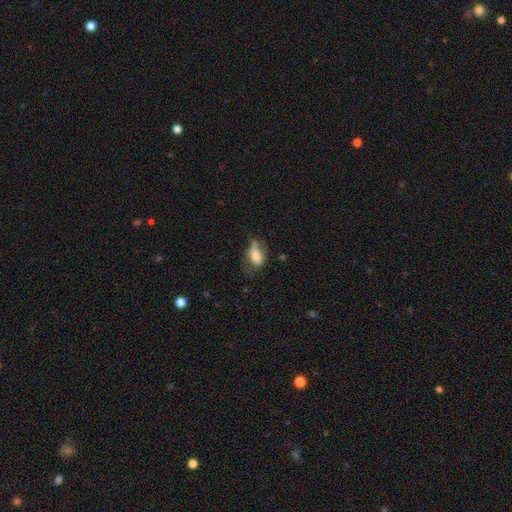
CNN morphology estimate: smooth 66%, featured or disk 26%, star or artifact 8%. Down the decision tree: how rounded — in between (85%); merging — none (40%).